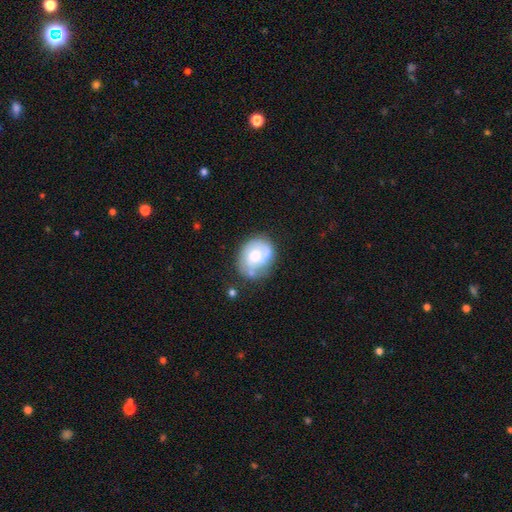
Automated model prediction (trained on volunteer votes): Smooth or featured? Predicted: featured or disk (p=0.56). Edge-on disk? Predicted: no (p=0.97). Bar? Predicted: no (p=0.76). Spiral arms? Predicted: yes (p=0.71). Bulge size? Predicted: moderate (p=0.61). Merging? Predicted: none (p=0.58).